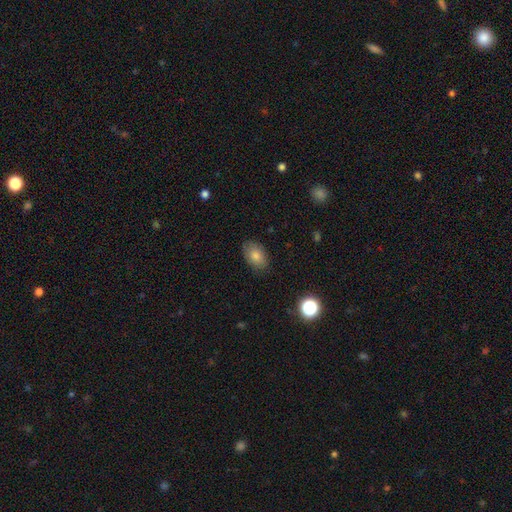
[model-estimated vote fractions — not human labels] smooth 78%, featured or disk 12%, star or artifact 11%. Down the decision tree: how rounded — in between (86%); merging — none (85%).